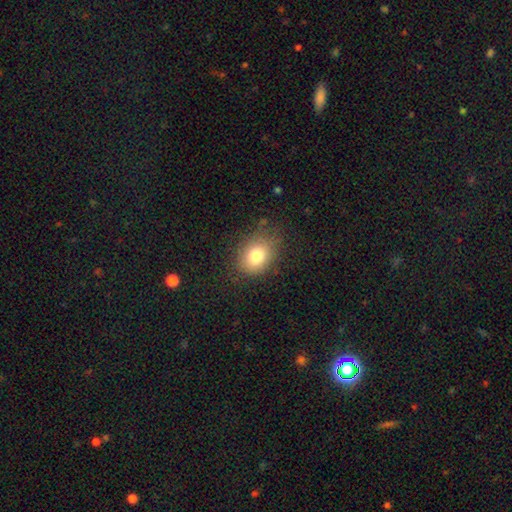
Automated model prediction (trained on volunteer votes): This appears to be a smooth galaxy with no disk features (79%) that is in between round and cigar-shaped (61%). Merging: none (76%).